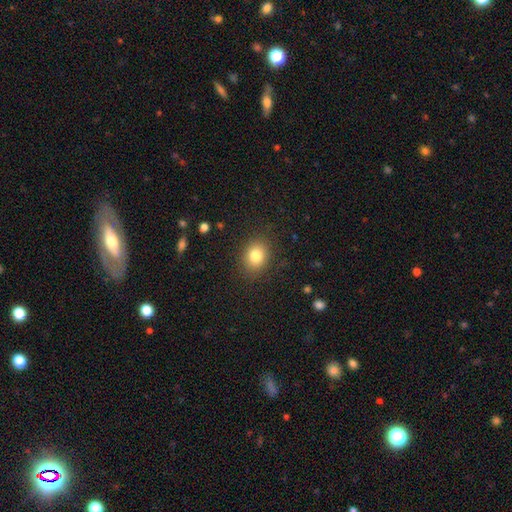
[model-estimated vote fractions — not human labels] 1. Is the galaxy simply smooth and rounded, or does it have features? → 82% smooth, 11% star or artifact, 7% featured or disk.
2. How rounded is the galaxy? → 54% round, 45% in between, 1% cigar-shaped.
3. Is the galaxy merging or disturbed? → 87% none, 9% minor disturbance, 3% major disturbance, 1% merger.